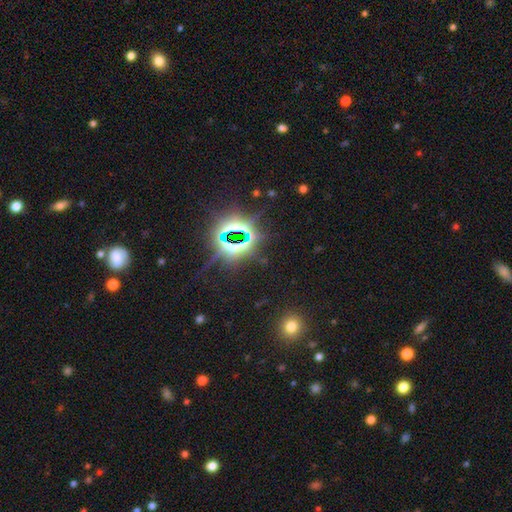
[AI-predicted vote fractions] This is likely a star or artifact rather than a galaxy (78%).